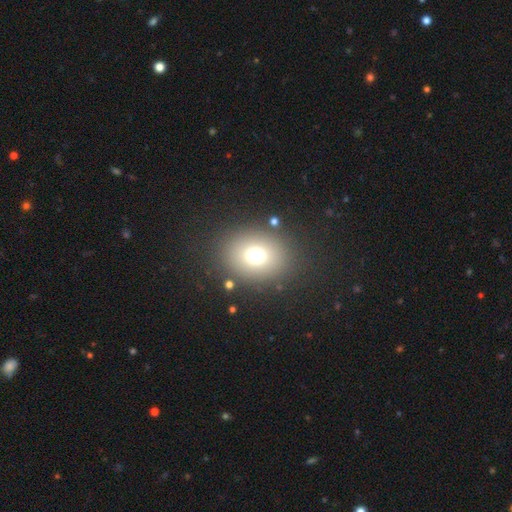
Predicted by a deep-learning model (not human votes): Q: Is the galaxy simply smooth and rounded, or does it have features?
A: smooth — 71%.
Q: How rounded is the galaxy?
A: round — 64%.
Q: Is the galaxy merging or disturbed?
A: none — 84%.